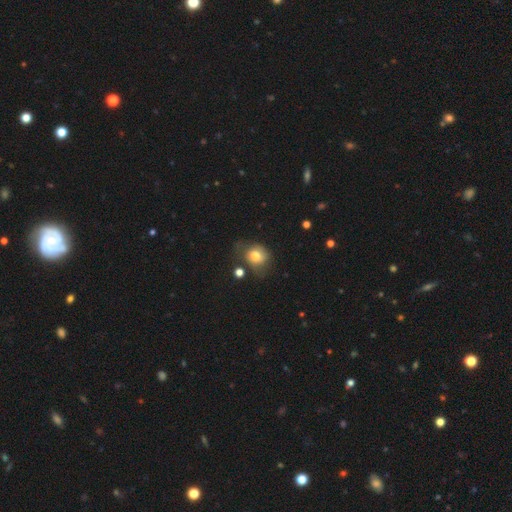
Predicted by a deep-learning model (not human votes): Overall: smooth (74%). How rounded: round (60%; in between 39%). Merging: none (47%; minor disturbance 31%).